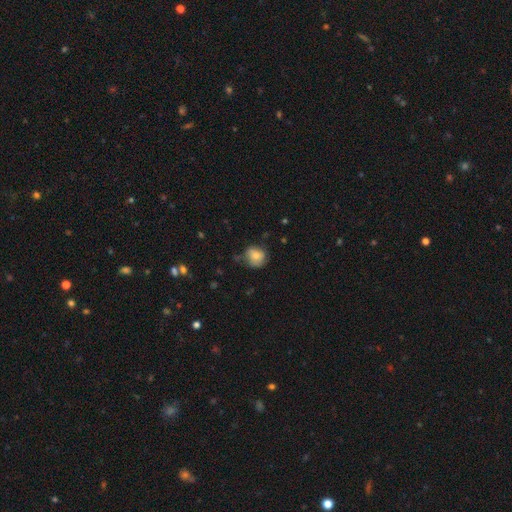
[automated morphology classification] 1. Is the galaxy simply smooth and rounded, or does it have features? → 77% smooth, 14% featured or disk, 9% star or artifact.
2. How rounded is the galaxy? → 76% round, 23% in between, 1% cigar-shaped.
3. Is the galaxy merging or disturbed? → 62% none, 28% minor disturbance, 7% major disturbance, 3% merger.